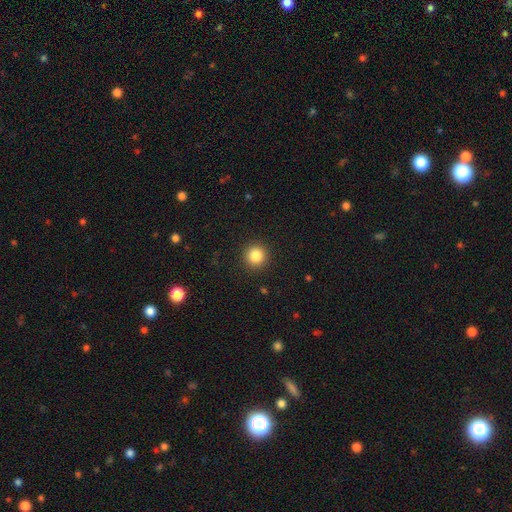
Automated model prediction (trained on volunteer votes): Morphology: type=smooth (84%); roundness=round (94%); merging=none (92%).